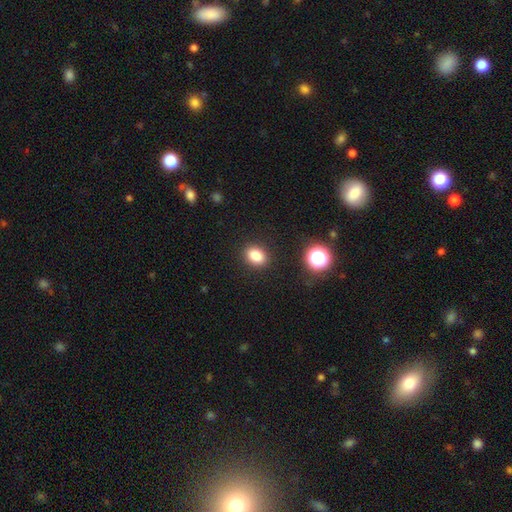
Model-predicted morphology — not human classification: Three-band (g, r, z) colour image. It shows a smooth galaxy with no disk features (83%) that is in between round and cigar-shaped (63%). Merging: none (89%).